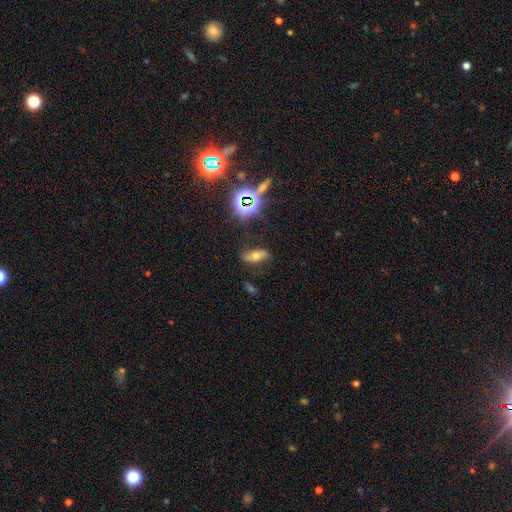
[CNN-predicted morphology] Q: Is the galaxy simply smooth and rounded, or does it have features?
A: smooth — 40%.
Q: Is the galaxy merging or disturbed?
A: none — 75%.